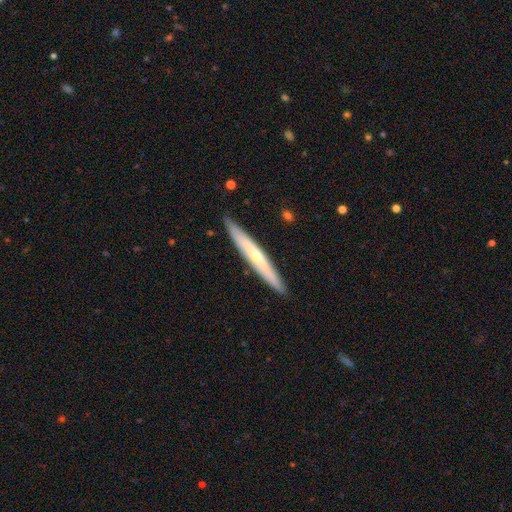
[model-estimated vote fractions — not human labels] Morphology: type=featured or disk (56%); edge-on=yes (92%); edge-on bulge=rounded (57%); merging=none (90%).